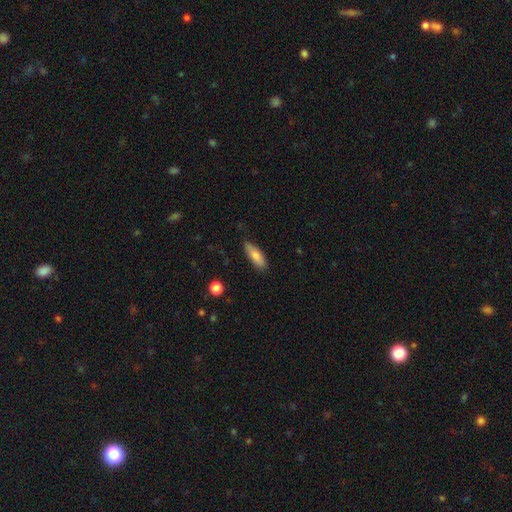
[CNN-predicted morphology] smooth_or_featured: smooth (p=0.79) [alt: featured or disk p=0.15]
how_rounded: in between (p=0.57) [alt: cigar-shaped p=0.41]
merging: none (p=0.84) [alt: minor disturbance p=0.13]